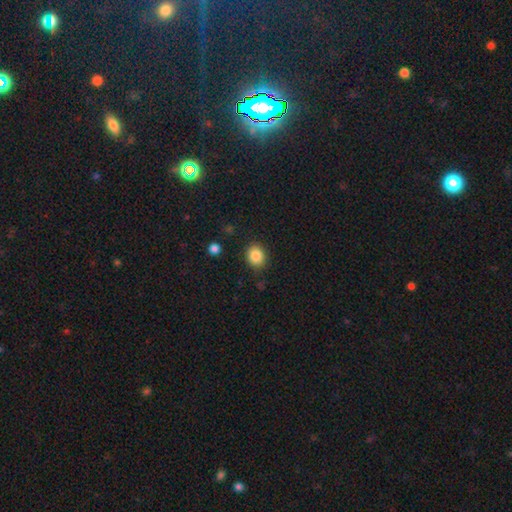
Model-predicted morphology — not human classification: Smooth or featured? Predicted: smooth (p=0.86). How rounded? Predicted: round (p=0.68). Merging? Predicted: none (p=0.87).